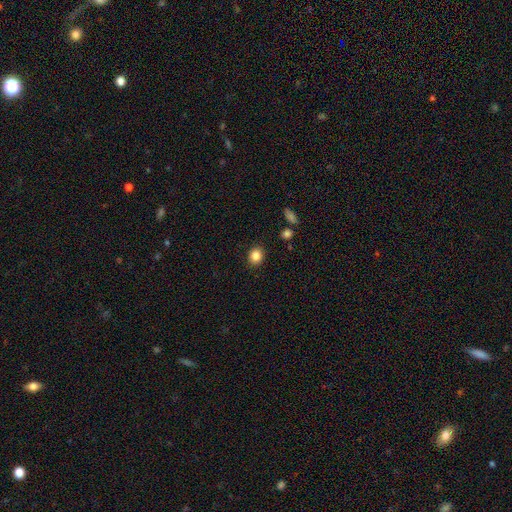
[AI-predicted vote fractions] This appears to be a smooth galaxy with no disk features (86%) that is round (66%). Merging: none (89%).